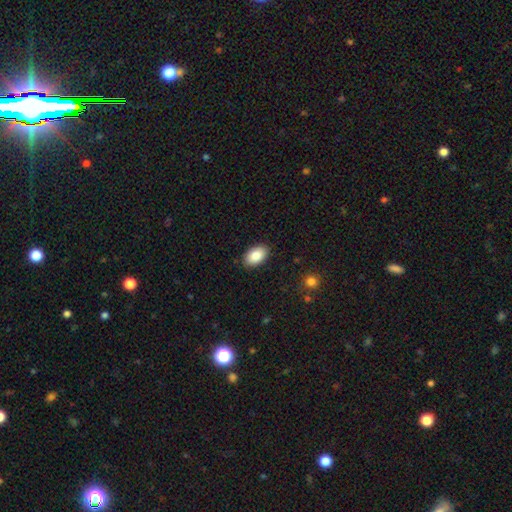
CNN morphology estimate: This is clearly a smooth galaxy (86%). How rounded: clearly in between (93%). Merging: clearly none (88%).